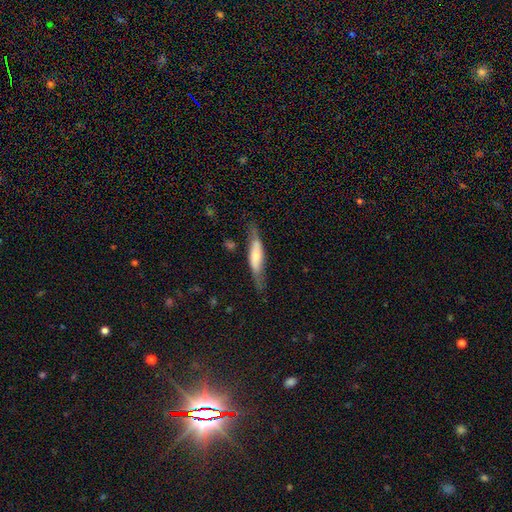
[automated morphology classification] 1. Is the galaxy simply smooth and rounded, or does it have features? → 50% smooth, 44% featured or disk, 6% star or artifact.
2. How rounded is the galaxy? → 73% cigar-shaped, 25% in between, 2% round.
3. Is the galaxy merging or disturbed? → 66% none, 23% minor disturbance, 8% major disturbance, 3% merger.